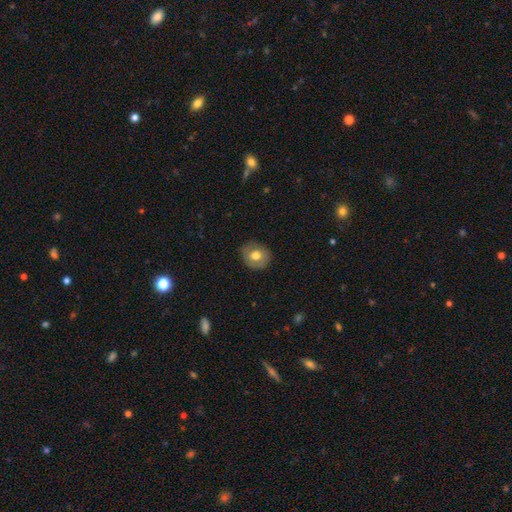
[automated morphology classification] This appears to be a smooth galaxy with no disk features (63%) that is round (80%). Merging: none (83%).